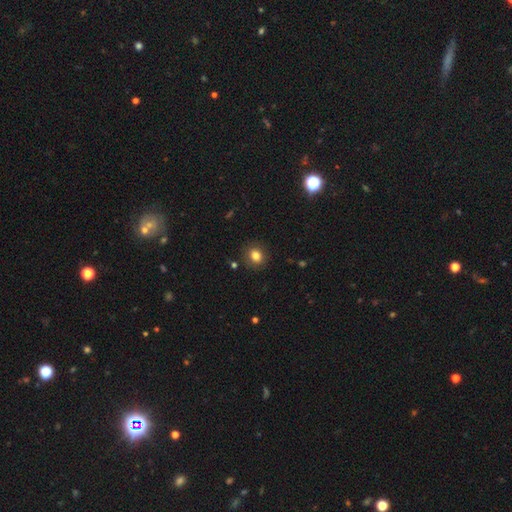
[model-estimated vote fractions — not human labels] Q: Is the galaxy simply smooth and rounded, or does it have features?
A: smooth — 82%.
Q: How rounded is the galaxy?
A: round — 70%.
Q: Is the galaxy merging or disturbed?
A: none — 88%.